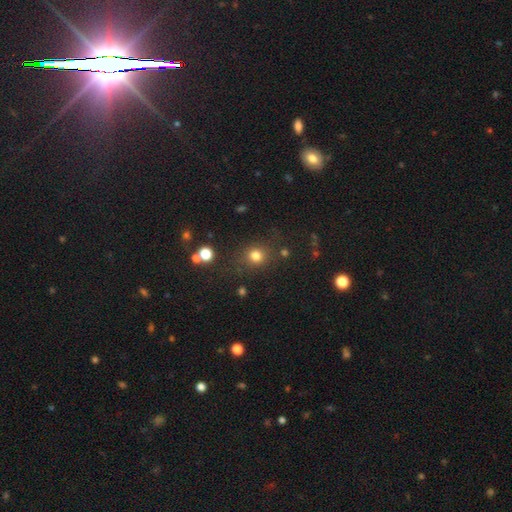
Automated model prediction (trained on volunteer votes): Smooth or featured: smooth — 78% (star or artifact — 16%)
How rounded: round — 86% (in between — 13%)
Merging: none — 81% (minor disturbance — 10%)